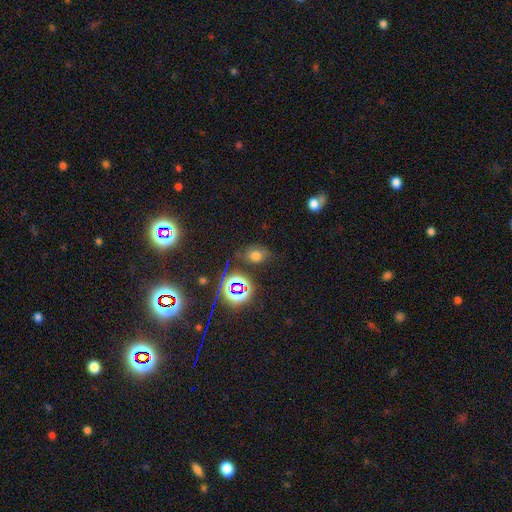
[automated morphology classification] smooth-or-featured: smooth: 60% | star or artifact: 29% | featured or disk: 10%
  how-rounded: in between: 68% | round: 31% | cigar-shaped: 2%
  merging: none: 73% | minor disturbance: 18% | major disturbance: 6% | merger: 4%